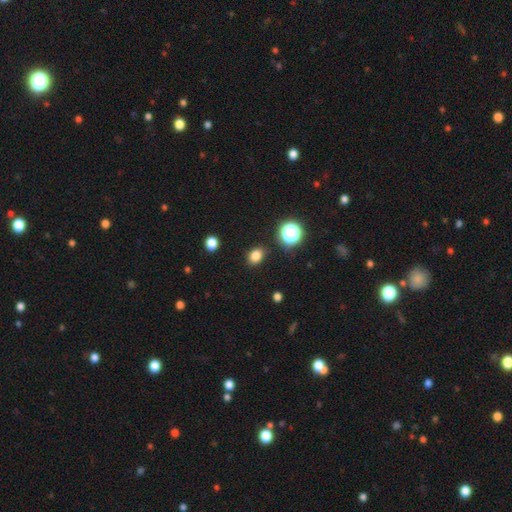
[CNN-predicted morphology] A smooth galaxy with no disk features (81%) that is in between round and cigar-shaped (61%).

Vote fractions:
- Smooth or featured? smooth: 81% / star or artifact: 14% / featured or disk: 5%
- How rounded? in between: 61% / round: 38% / cigar-shaped: 1%
- Merging? none: 86% / minor disturbance: 9% / major disturbance: 3% / merger: 2%